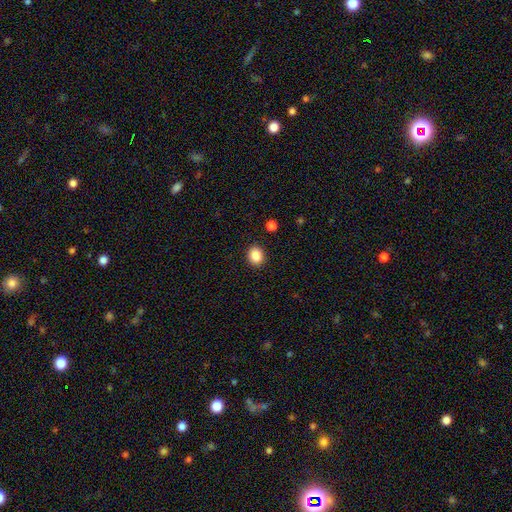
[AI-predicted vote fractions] Smooth or featured: smooth — 87% (star or artifact — 9%)
How rounded: round — 63% (in between — 36%)
Merging: none — 90% (minor disturbance — 6%)